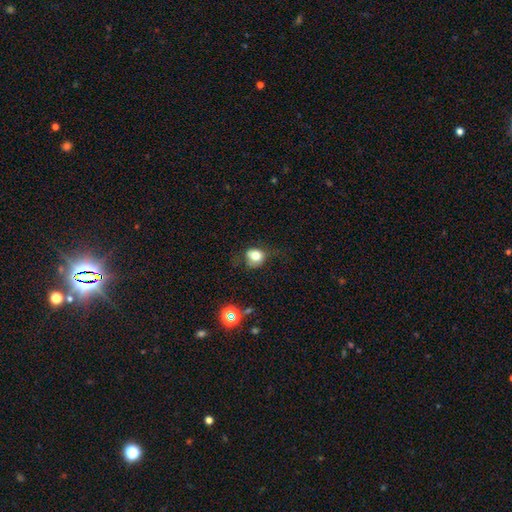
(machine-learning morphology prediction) Q: Smooth or featured?
A: smooth (75%); runner-up: featured or disk (13%)
Q: How rounded?
A: round (66%); runner-up: in between (33%)
Q: Merging?
A: none (51%); runner-up: minor disturbance (29%)